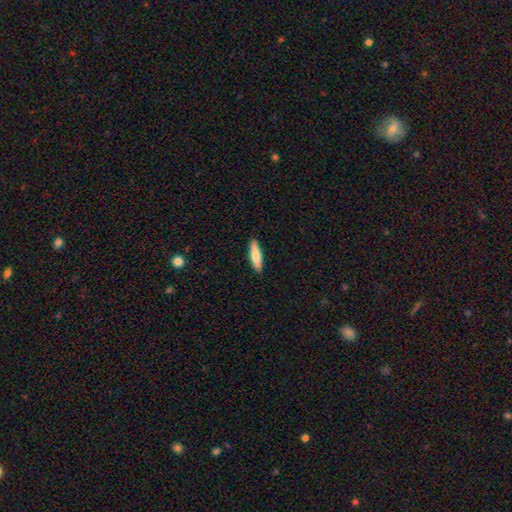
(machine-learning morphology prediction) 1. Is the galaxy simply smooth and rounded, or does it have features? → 75% smooth, 19% featured or disk, 5% star or artifact.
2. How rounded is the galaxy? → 72% cigar-shaped, 26% in between, 2% round.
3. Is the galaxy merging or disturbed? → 91% none, 7% minor disturbance, 1% major disturbance, 1% merger.